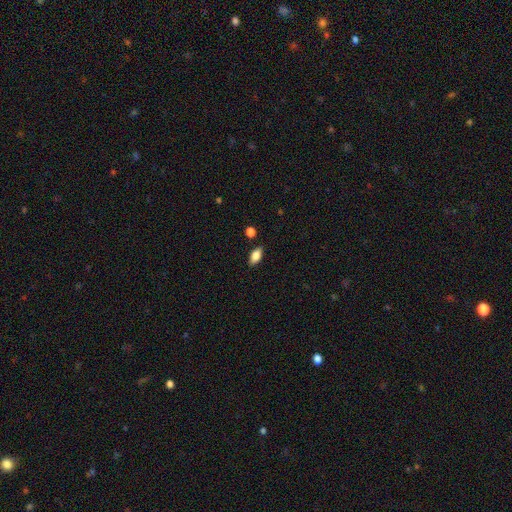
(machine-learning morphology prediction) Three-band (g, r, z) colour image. It shows a smooth galaxy with no disk features (83%) that is in between round and cigar-shaped (89%). Merging: none (84%).